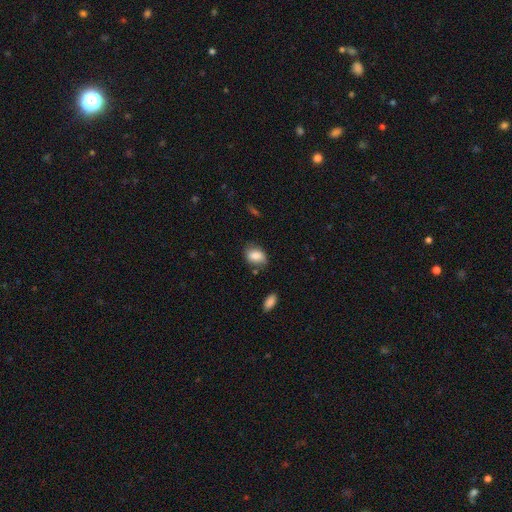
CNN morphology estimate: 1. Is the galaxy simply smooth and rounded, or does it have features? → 83% smooth, 9% featured or disk, 8% star or artifact.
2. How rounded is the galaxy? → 80% in between, 18% round, 2% cigar-shaped.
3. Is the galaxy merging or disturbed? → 69% none, 22% minor disturbance, 5% major disturbance, 3% merger.